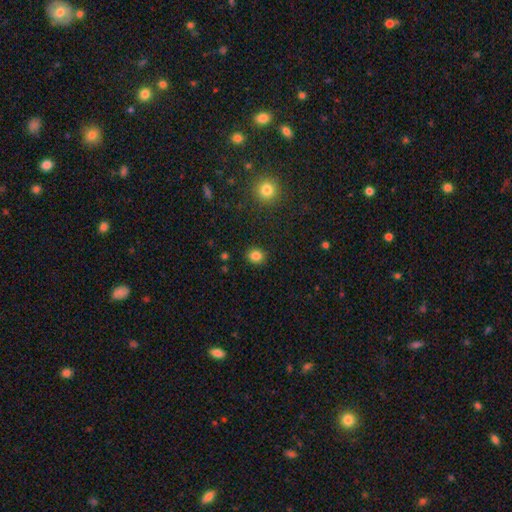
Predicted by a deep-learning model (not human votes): smooth_or_featured: smooth (p=0.84) [alt: star or artifact p=0.11]
how_rounded: round (p=0.73) [alt: in between p=0.26]
merging: none (p=0.90) [alt: minor disturbance p=0.07]